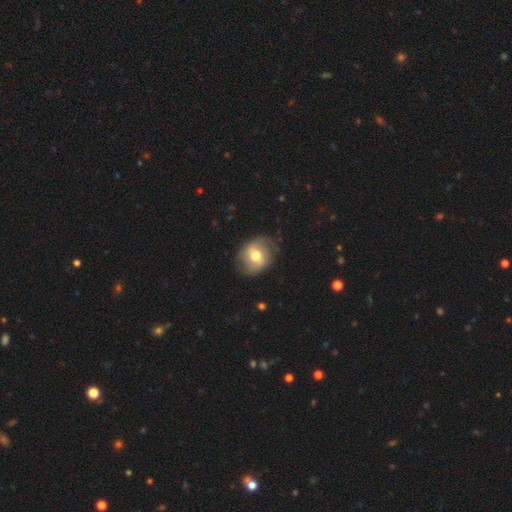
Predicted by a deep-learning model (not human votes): Overall: smooth (49%; featured or disk 44%). Merging: none (73%).